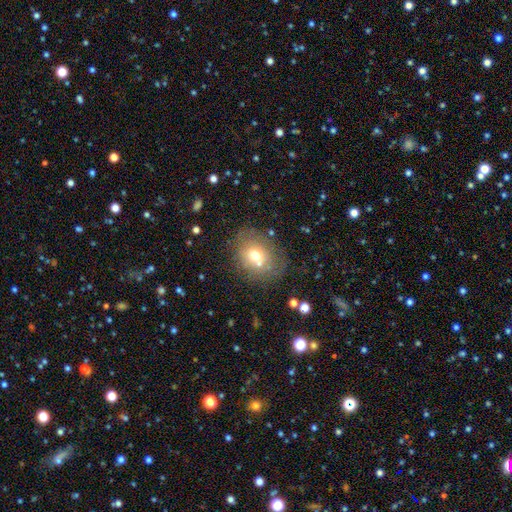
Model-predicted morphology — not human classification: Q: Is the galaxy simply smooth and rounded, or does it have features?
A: smooth — 61%.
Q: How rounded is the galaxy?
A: round — 60%.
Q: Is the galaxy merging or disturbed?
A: none — 63%.